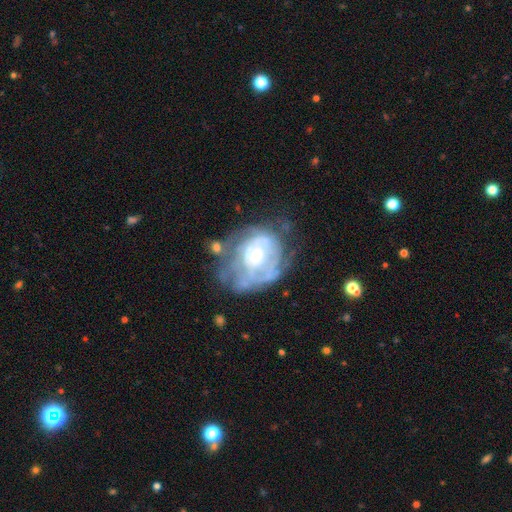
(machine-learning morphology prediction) This appears to be a featured or disk galaxy (72%) with no bar (79%), spiral arms (59%) and a small central bulge (62%). Merging: none (43%).